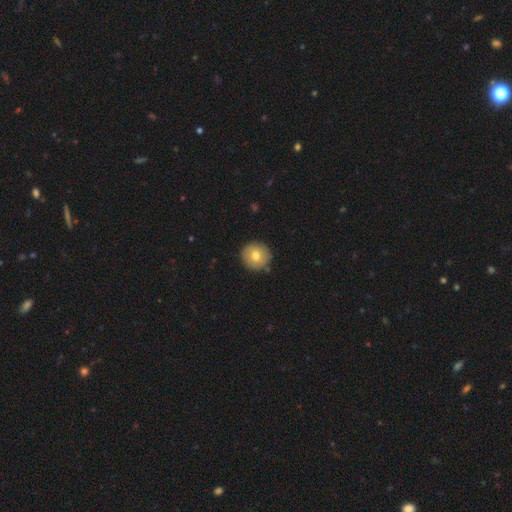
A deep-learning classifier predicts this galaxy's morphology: Smooth or featured? smooth (74%)
How rounded? round (94%)
Merging? none (89%)